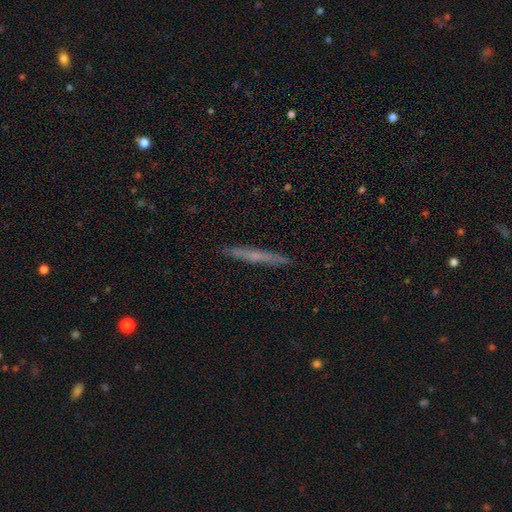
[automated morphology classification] smooth_or_featured: featured or disk (p=0.48) [alt: smooth p=0.44]
merging: none (p=0.90) [alt: minor disturbance p=0.08]